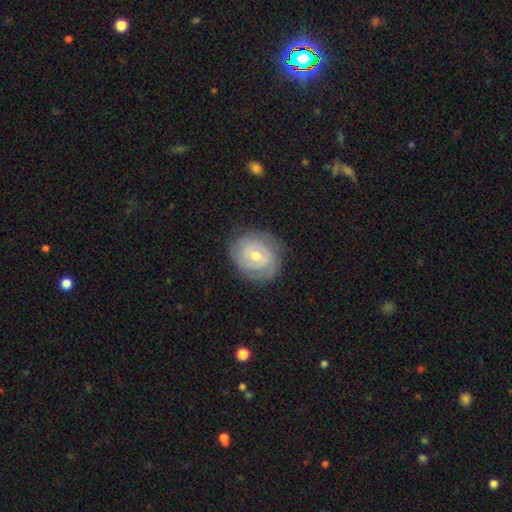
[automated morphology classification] A featured or disk galaxy (69%) with no bar (50%), tight (70%) spiral arms (86%) and a moderate central bulge (57%).

Vote fractions:
- Smooth or featured? featured or disk: 69% / smooth: 24% / star or artifact: 7%
- Edge-on disk? no: 97% / yes: 3%
- Bar? no: 50% / weak: 42% / strong: 8%
- Spiral arms? yes: 86% / no: 14%
- Spiral winding? tight: 70% / medium: 23% / loose: 7%
- Spiral arm count? can't tell: 39% / 2: 36% / 3: 12% / 1: 6% / 4: 4% / more than 4: 3%
- Bulge size? moderate: 57% / small: 40% / large: 2% / none: 1% / dominant: 1%
- Merging? none: 79% / minor disturbance: 15% / major disturbance: 5% / merger: 1%